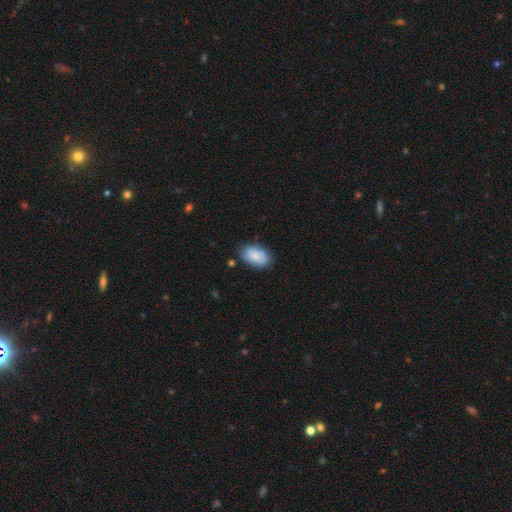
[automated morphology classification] A smooth galaxy with no disk features (85%) that is in between round and cigar-shaped (92%).

Vote fractions:
- Smooth or featured? smooth: 85% / featured or disk: 9% / star or artifact: 6%
- How rounded? in between: 92% / round: 7% / cigar-shaped: 1%
- Merging? none: 80% / minor disturbance: 15% / major disturbance: 3% / merger: 2%